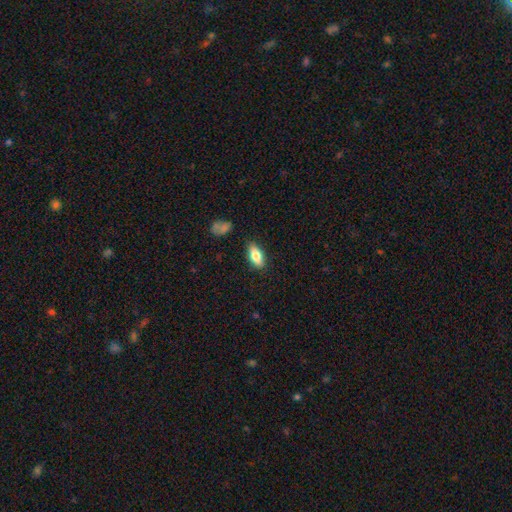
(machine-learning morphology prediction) A smooth galaxy with no disk features (78%) that is in between round and cigar-shaped (85%).

Vote fractions:
- Smooth or featured? smooth: 78% / featured or disk: 16% / star or artifact: 7%
- How rounded? in between: 85% / cigar-shaped: 12% / round: 3%
- Merging? none: 83% / minor disturbance: 12% / major disturbance: 3% / merger: 2%